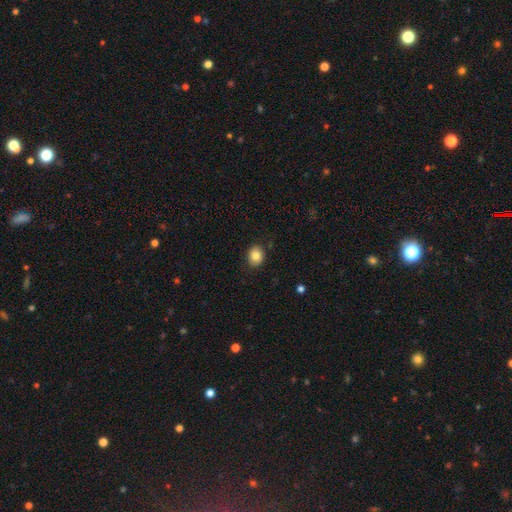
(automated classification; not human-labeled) This appears to be a smooth galaxy with no disk features (82%) that is round (66%). Merging: none (88%).